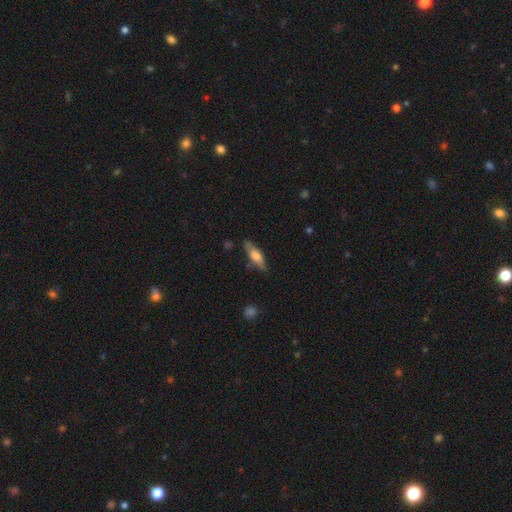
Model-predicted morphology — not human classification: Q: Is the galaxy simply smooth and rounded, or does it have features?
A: smooth — 58%.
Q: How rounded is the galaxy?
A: cigar-shaped — 50%.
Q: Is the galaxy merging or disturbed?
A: none — 75%.